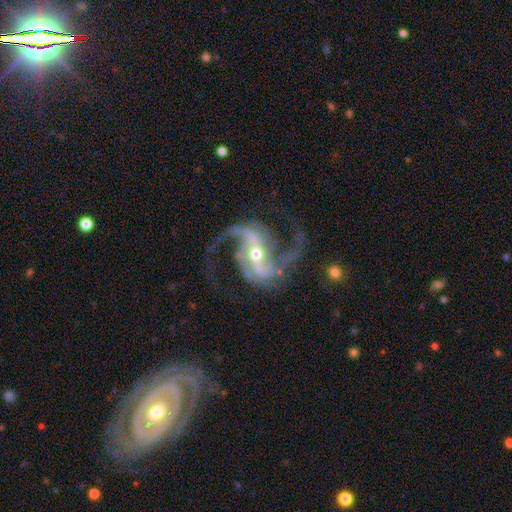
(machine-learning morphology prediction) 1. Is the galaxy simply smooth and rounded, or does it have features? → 93% featured or disk, 5% star or artifact, 2% smooth.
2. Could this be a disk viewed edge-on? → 97% no, 3% yes.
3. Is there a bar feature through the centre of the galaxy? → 66% strong, 24% weak, 10% no.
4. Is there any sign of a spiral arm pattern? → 98% yes, 2% no.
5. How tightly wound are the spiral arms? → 48% medium, 41% loose, 11% tight.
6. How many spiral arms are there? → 85% 2, 6% 3, 3% can't tell, 2% 4, 2% 1, 2% more than 4.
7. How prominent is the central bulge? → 51% small, 45% moderate, 2% large, 1% none, 1% dominant.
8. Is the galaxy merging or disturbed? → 70% none, 15% minor disturbance, 13% major disturbance, 3% merger.